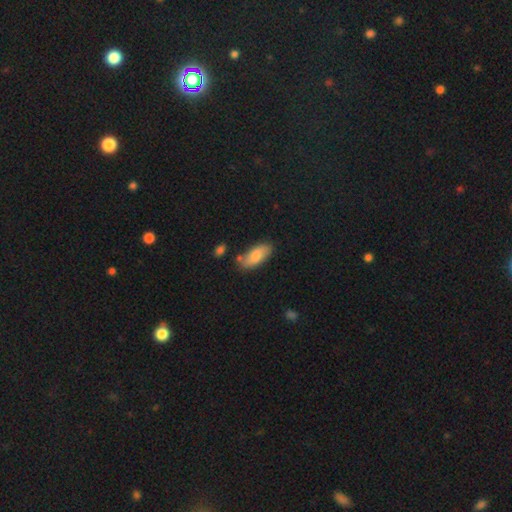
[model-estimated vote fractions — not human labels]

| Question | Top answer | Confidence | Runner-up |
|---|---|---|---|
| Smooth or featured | smooth | 76% | featured or disk (18%) |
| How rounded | in between | 87% | cigar-shaped (10%) |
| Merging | none | 75% | minor disturbance (16%) |